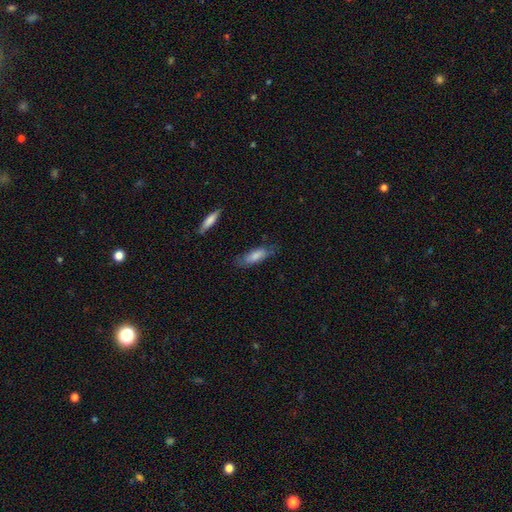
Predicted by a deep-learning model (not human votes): smooth 76%, featured or disk 18%, star or artifact 6%. Down the decision tree: how rounded — in between (58%); merging — none (67%).